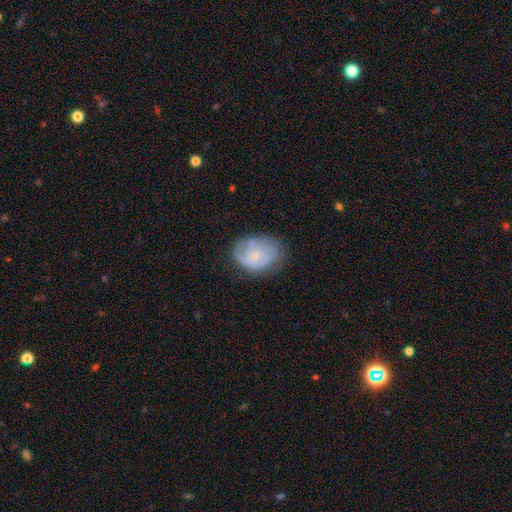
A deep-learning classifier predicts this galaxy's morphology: The model was most divided on "spiral winding": tight: 47%, medium: 37%, loose: 16%. Remaining: edge-on disk — no (97%); spiral arms — yes (84%); bar — no (75%); bulge size — small (74%); merging — none (63%); smooth or featured — featured or disk (62%); spiral arm count — can't tell (39%).